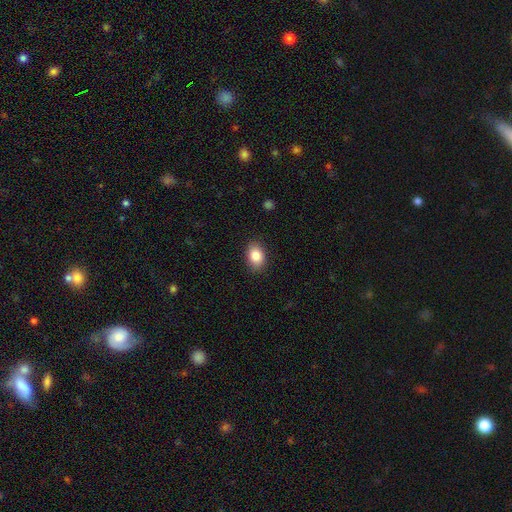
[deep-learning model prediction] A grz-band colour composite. It shows a smooth galaxy with no disk features (85%) that is in between round and cigar-shaped (76%). Merging: none (87%).